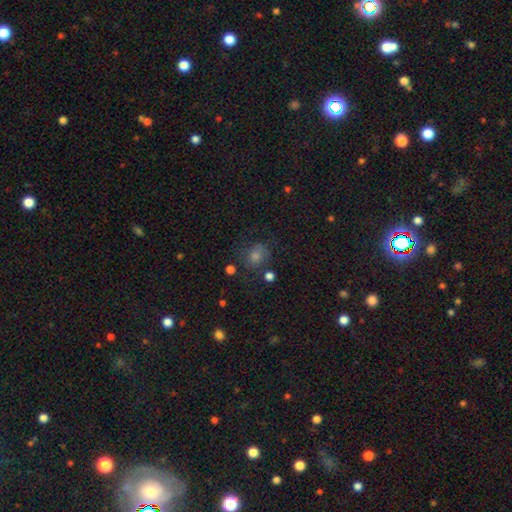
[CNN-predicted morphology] Q: Smooth or featured?
A: smooth (52%); runner-up: star or artifact (30%)
Q: How rounded?
A: round (62%); runner-up: in between (37%)
Q: Merging?
A: none (65%); runner-up: minor disturbance (19%)